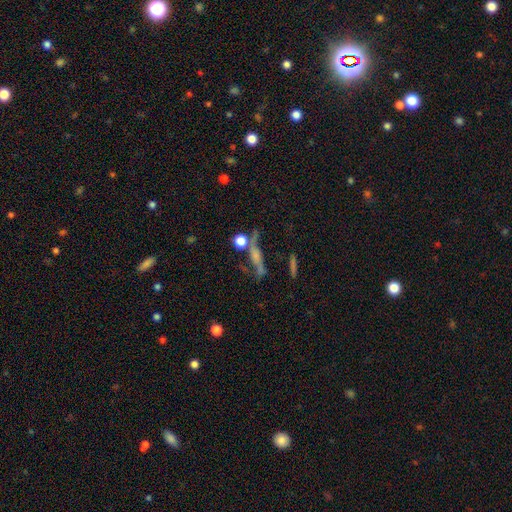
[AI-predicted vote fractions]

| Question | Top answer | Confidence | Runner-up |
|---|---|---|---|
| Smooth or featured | featured or disk | 51% | smooth (28%) |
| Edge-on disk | yes | 69% | no (31%) |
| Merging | none | 55% | merger (16%) |